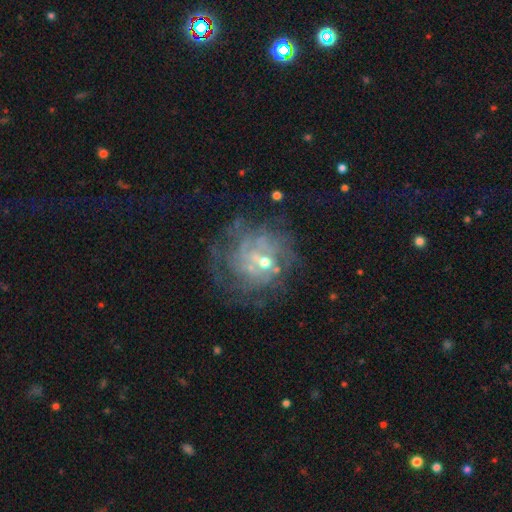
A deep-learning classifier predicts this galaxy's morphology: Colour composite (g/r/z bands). It shows a featured or disk galaxy (61%) with no bar (66%), spiral arms (81%) and a small central bulge (64%). Merging: none (71%).